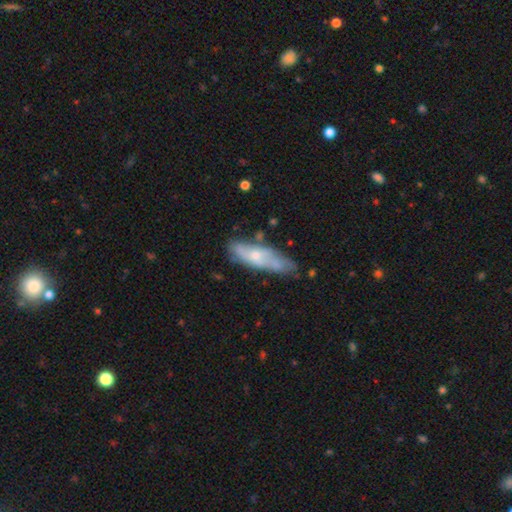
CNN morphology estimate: This appears to be a smooth galaxy with no disk features (47%). Merging: none (52%).